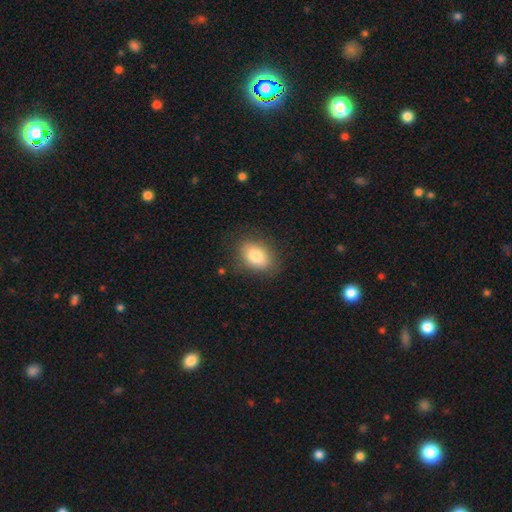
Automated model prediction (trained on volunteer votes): smooth 80%, featured or disk 11%, star or artifact 8%. Down the decision tree: how rounded — in between (79%); merging — none (81%).